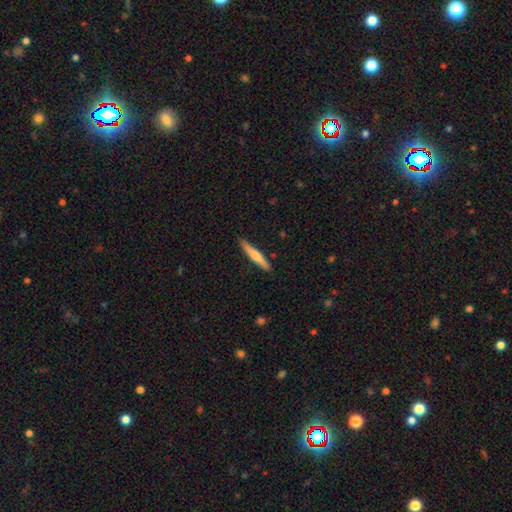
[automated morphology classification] smooth 62%, featured or disk 33%, star or artifact 5%. Down the decision tree: how rounded — cigar-shaped (94%); merging — none (89%).